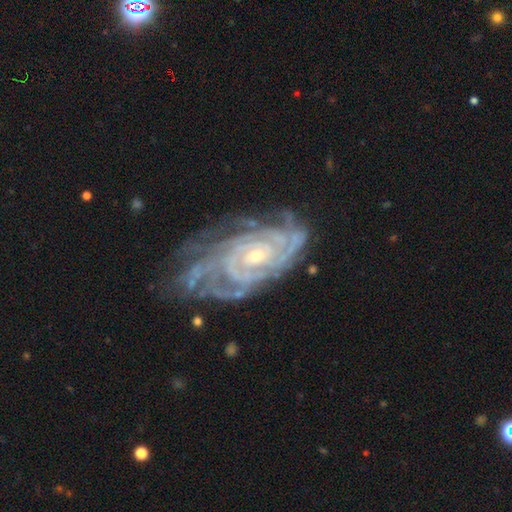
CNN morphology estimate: Q: Smooth or featured?
A: featured or disk (91%); runner-up: star or artifact (5%)
Q: Edge-on disk?
A: no (96%); runner-up: yes (4%)
Q: Bar?
A: no (66%); runner-up: weak (24%)
Q: Spiral arms?
A: yes (98%); runner-up: no (2%)
Q: Spiral winding?
A: tight (79%); runner-up: medium (18%)
Q: Spiral arm count?
A: can't tell (25%); runner-up: 4 (23%)
Q: Bulge size?
A: small (58%); runner-up: moderate (39%)
Q: Merging?
A: none (61%); runner-up: minor disturbance (25%)